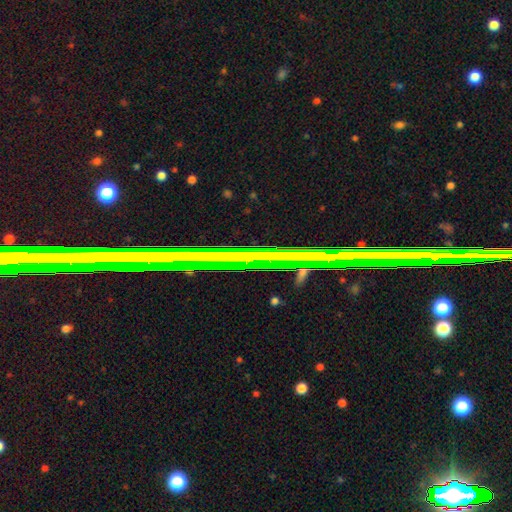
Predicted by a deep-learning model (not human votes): Morphology: type=star or artifact (66%).